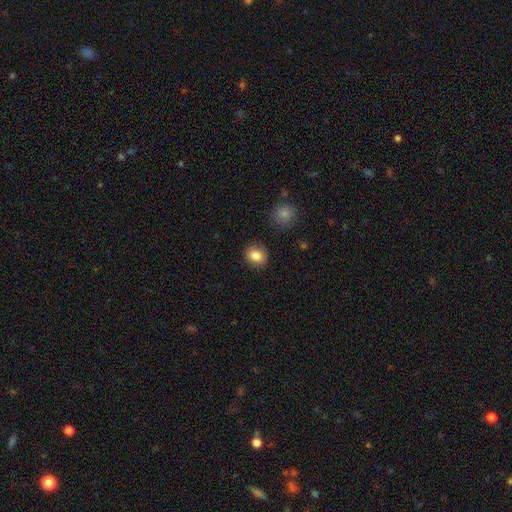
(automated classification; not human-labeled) A smooth galaxy with no disk features (85%) that is round (66%).

Vote fractions:
- Smooth or featured? smooth: 85% / star or artifact: 9% / featured or disk: 6%
- How rounded? round: 66% / in between: 33% / cigar-shaped: 1%
- Merging? none: 89% / minor disturbance: 7% / major disturbance: 2% / merger: 2%